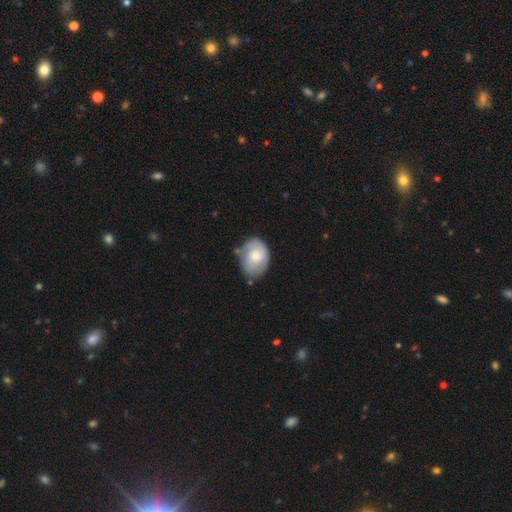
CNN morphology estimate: Smooth or featured: smooth — 60% (featured or disk — 34%)
How rounded: in between — 65% (round — 34%)
Merging: none — 55% (minor disturbance — 30%)